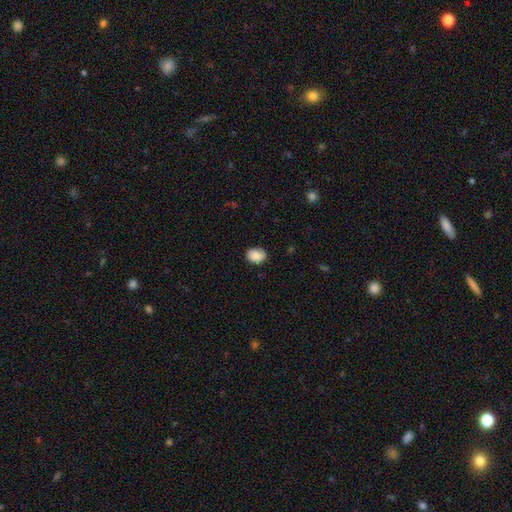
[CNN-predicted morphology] smooth 88%, star or artifact 8%, featured or disk 5%. Down the decision tree: how rounded — in between (63%); merging — none (82%).